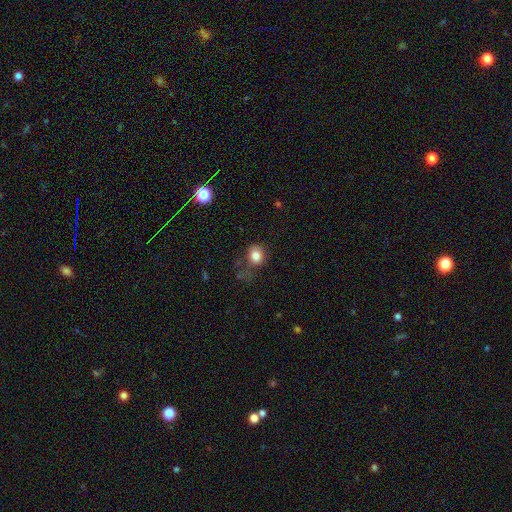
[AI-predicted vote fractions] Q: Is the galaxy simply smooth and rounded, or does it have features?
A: smooth — 82%.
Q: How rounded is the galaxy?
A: round — 64%.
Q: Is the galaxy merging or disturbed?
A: none — 58%.